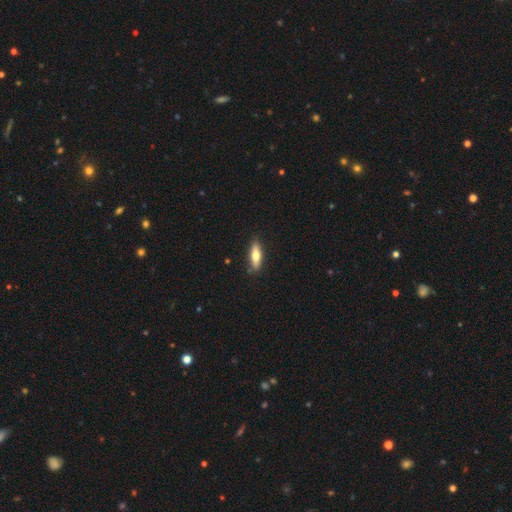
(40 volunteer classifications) Morphology: type=smooth (65%); roundness=cigar-shaped (69%); merging=none (83%).